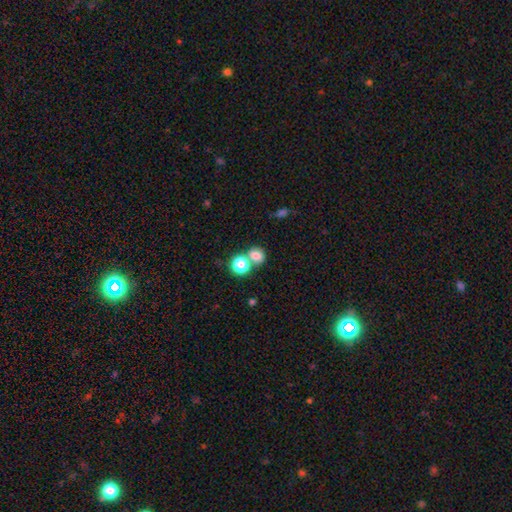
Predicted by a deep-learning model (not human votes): smooth_or_featured: smooth (p=0.75) [alt: star or artifact p=0.16]
how_rounded: round (p=0.70) [alt: in between p=0.29]
merging: none (p=0.53) [alt: merger p=0.35]